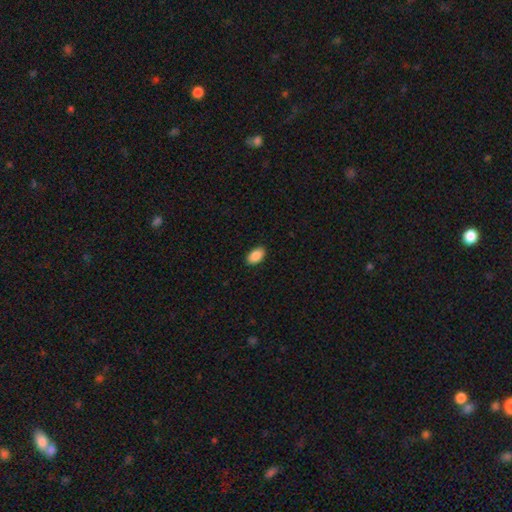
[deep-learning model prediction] Morphology: type=smooth (90%); roundness=in between (93%); merging=none (88%).